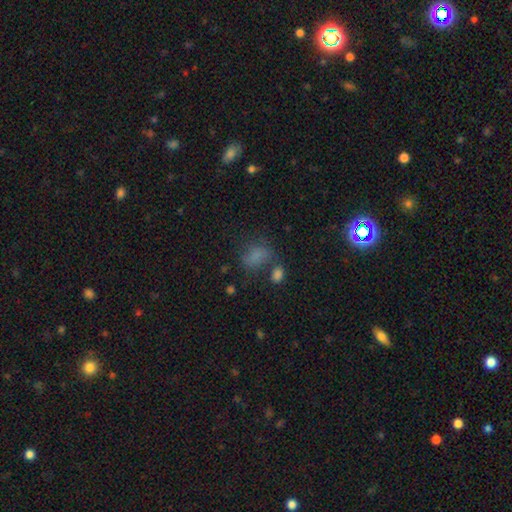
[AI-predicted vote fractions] A smooth galaxy with no disk features (73%) that is in between round and cigar-shaped (77%).

Vote fractions:
- Smooth or featured? smooth: 73% / star or artifact: 16% / featured or disk: 11%
- How rounded? in between: 77% / round: 21% / cigar-shaped: 2%
- Merging? none: 42% / minor disturbance: 22% / merger: 18% / major disturbance: 18%